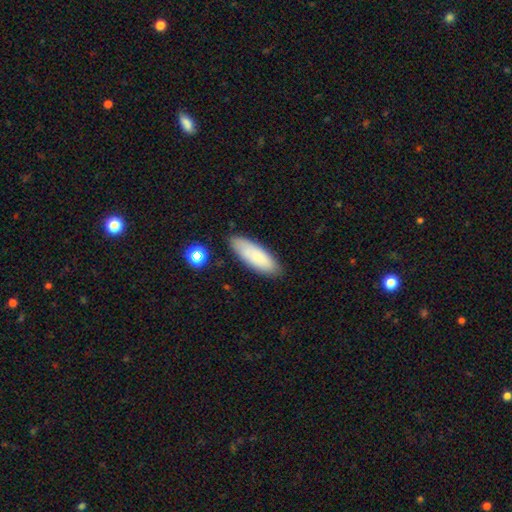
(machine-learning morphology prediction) The model was most divided on "how rounded": in between: 59%, cigar-shaped: 40%, round: 2%. More confident: merging — none (82%); smooth or featured — smooth (80%).